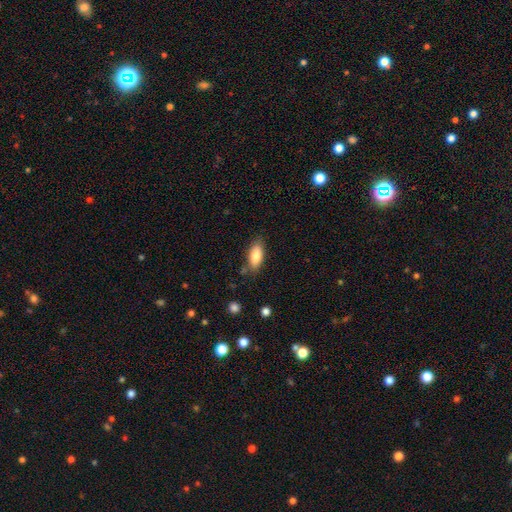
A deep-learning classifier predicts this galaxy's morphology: type=smooth (84%); roundness=in between (83%); merging=none (77%).